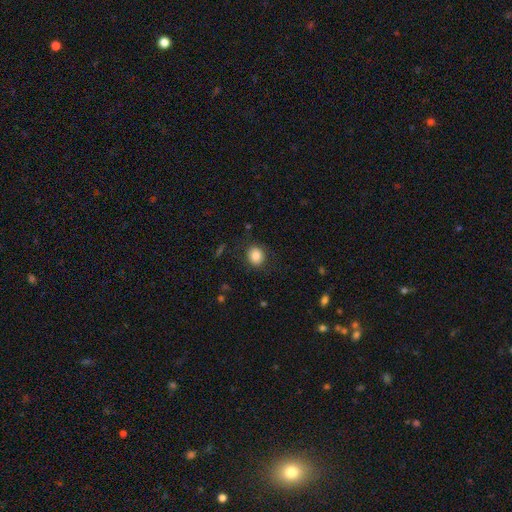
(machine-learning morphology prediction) Smooth or featured? smooth (85%)
How rounded? round (72%)
Merging? none (85%)